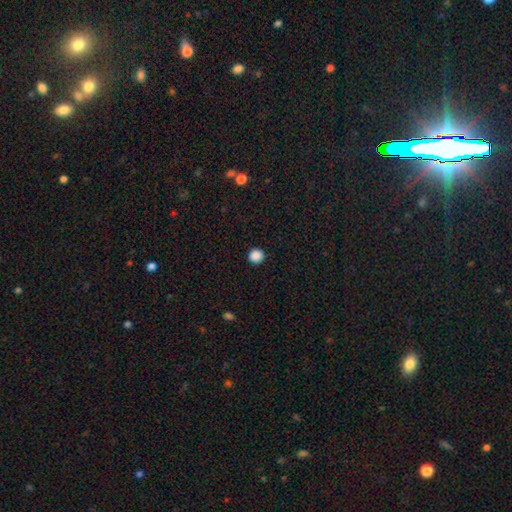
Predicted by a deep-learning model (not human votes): Q: Smooth or featured?
A: smooth (88%); runner-up: star or artifact (10%)
Q: How rounded?
A: round (96%); runner-up: in between (3%)
Q: Merging?
A: none (93%); runner-up: minor disturbance (4%)